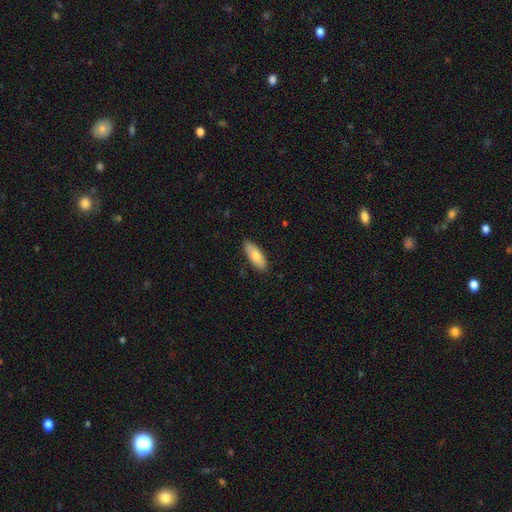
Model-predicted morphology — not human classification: smooth_or_featured: smooth (p=0.78) [alt: featured or disk p=0.16]
how_rounded: in between (p=0.73) [alt: cigar-shaped p=0.25]
merging: none (p=0.87) [alt: minor disturbance p=0.10]